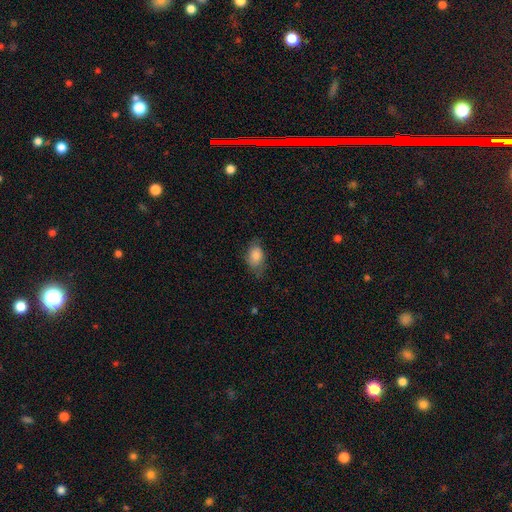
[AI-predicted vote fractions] Smooth or featured? Predicted: smooth (p=0.83). How rounded? Predicted: in between (p=0.82). Merging? Predicted: none (p=0.63).